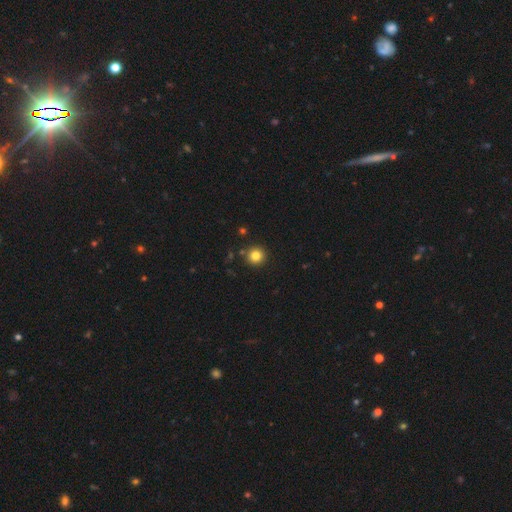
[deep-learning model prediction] Smooth or featured: smooth — 83% (star or artifact — 12%)
How rounded: round — 95% (in between — 4%)
Merging: none — 90% (minor disturbance — 6%)